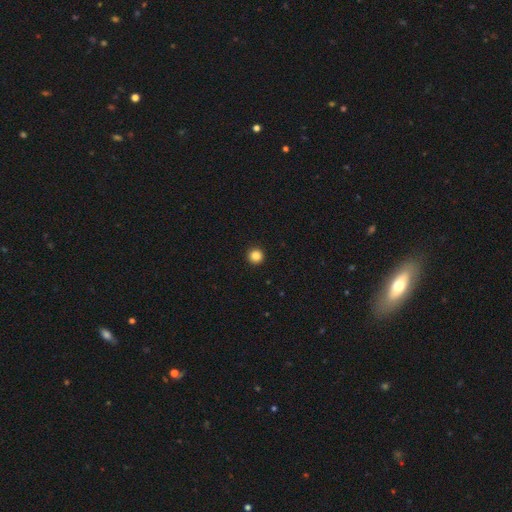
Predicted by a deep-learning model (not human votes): Smooth or featured: smooth — 85% (star or artifact — 11%)
How rounded: round — 97% (in between — 2%)
Merging: none — 94% (minor disturbance — 4%)